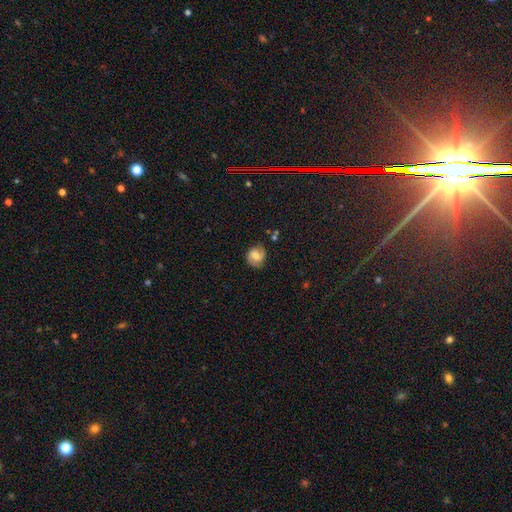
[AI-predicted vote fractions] Overall: featured or disk (56%; smooth 35%). Edge-on disk: no (98%). Bar: weak (49%; no 38%). Spiral arms: yes (91%). Bulge size: moderate (50%; small 29%). Merging: none (77%).